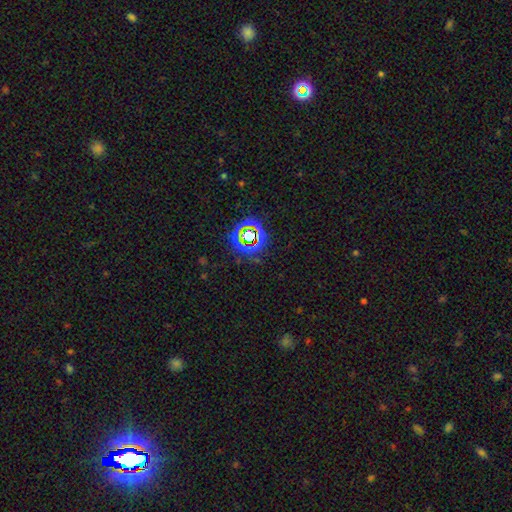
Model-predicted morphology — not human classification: Smooth or featured? star or artifact (73%)